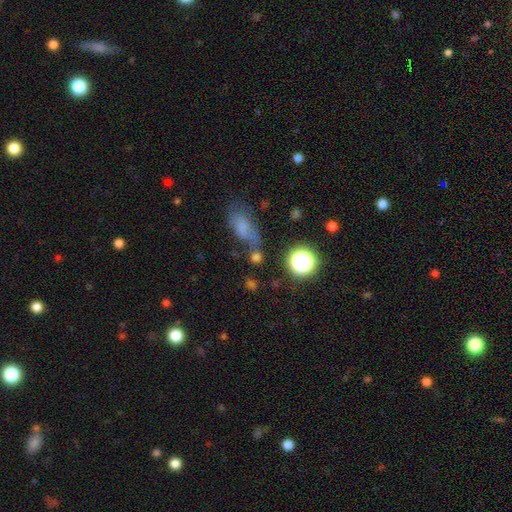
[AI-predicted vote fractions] smooth 53%, star or artifact 28%, featured or disk 19%. Down the decision tree: how rounded — in between (66%); merging — none (54%).